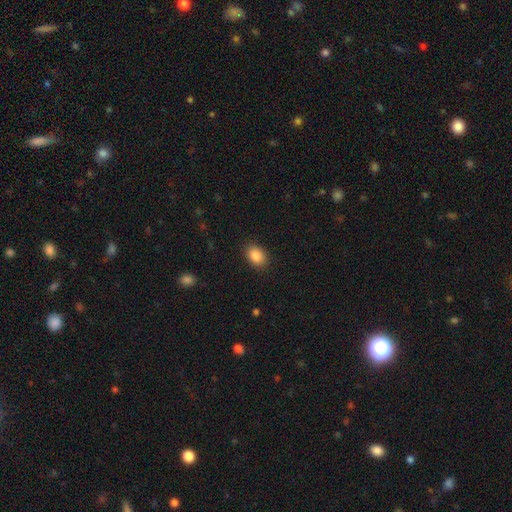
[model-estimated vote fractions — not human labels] This is clearly a smooth galaxy (87%). How rounded: likely in between (79%). Merging: clearly none (88%).